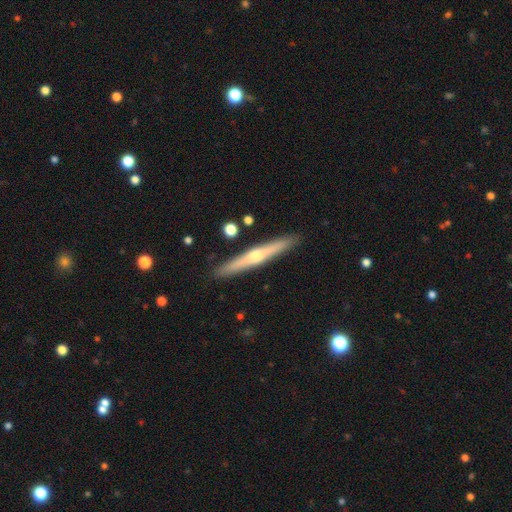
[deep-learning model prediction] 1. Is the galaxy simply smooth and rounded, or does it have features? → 64% featured or disk, 30% smooth, 6% star or artifact.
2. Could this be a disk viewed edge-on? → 97% yes, 3% no.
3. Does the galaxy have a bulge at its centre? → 84% rounded, 13% none, 4% boxy.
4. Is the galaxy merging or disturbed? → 91% none, 6% minor disturbance, 2% merger, 1% major disturbance.